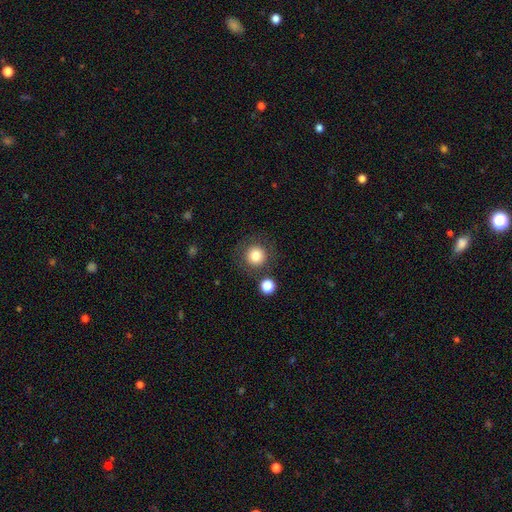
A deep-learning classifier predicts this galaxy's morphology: smooth-or-featured: smooth: 80% | star or artifact: 11% | featured or disk: 9%
  how-rounded: round: 95% | in between: 5% | cigar-shaped: 1%
  merging: none: 81% | minor disturbance: 8% | merger: 6% | major disturbance: 4%